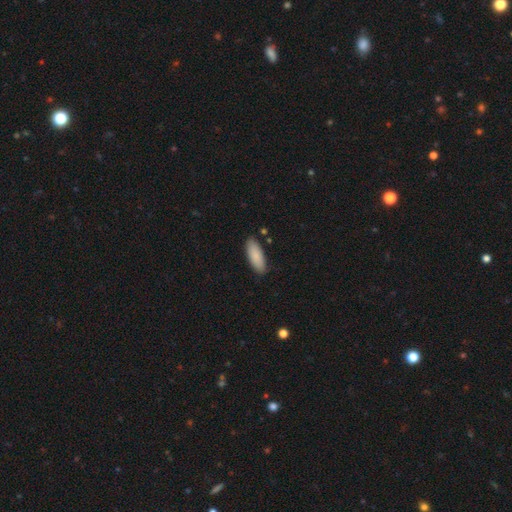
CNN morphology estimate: This appears to be a smooth galaxy with no disk features (88%) that is in between round and cigar-shaped (75%). Merging: none (85%).